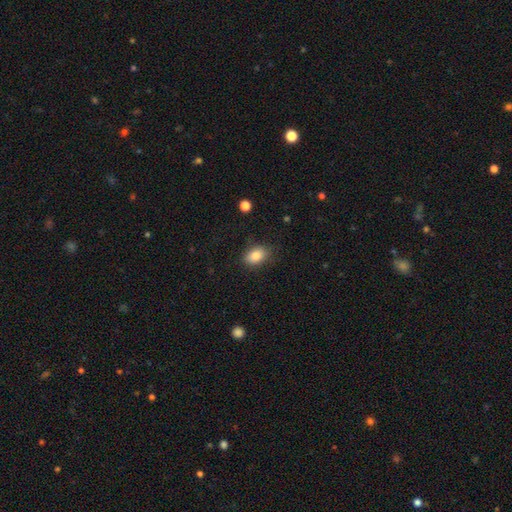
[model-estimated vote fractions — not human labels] Q: Smooth or featured?
A: smooth (83%); runner-up: star or artifact (9%)
Q: How rounded?
A: in between (82%); runner-up: round (16%)
Q: Merging?
A: none (80%); runner-up: minor disturbance (15%)